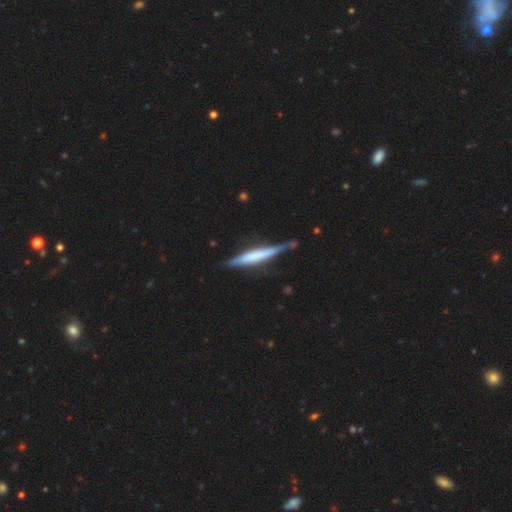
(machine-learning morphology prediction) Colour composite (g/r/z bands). It shows a featured or disk galaxy (55%) viewed edge-on (95%) with a boxy central bulge (39%, tied with none). Merging: none (71%).